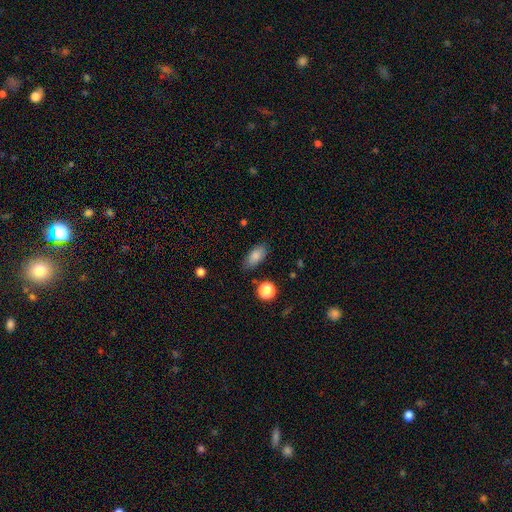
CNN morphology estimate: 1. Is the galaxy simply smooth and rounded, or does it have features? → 83% smooth, 9% star or artifact, 8% featured or disk.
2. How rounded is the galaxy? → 87% in between, 8% cigar-shaped, 5% round.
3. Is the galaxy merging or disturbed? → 80% none, 14% minor disturbance, 4% major disturbance, 2% merger.